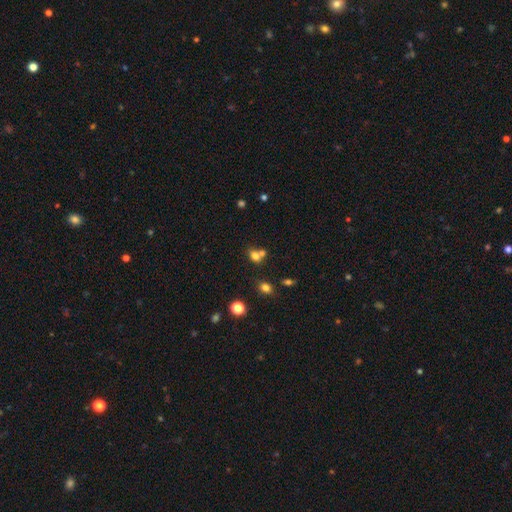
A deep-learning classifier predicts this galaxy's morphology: smooth 72%, star or artifact 17%, featured or disk 11%. Down the decision tree: how rounded — in between (50%); merging — merger (47%).